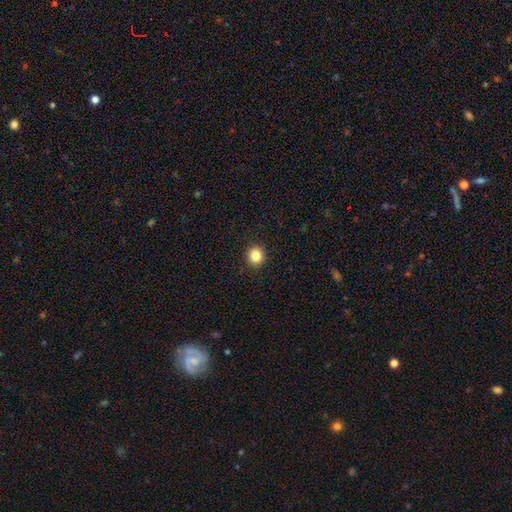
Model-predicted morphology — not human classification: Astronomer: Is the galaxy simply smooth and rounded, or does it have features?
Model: smooth — 84%.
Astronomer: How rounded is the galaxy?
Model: round — 87%.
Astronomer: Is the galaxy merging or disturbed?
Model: none — 92%.